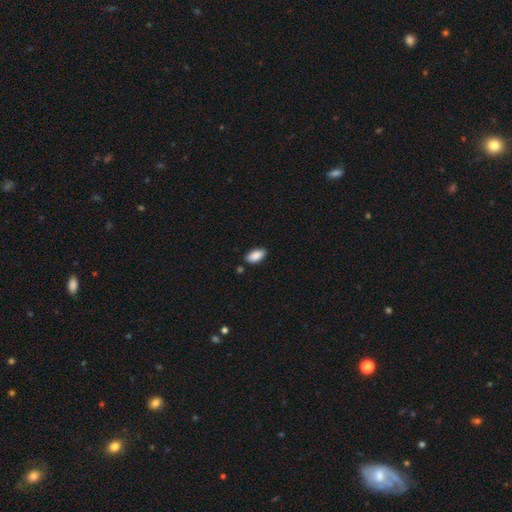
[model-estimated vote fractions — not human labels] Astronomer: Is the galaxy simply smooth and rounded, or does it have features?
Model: smooth — 89%.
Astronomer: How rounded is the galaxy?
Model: in between — 93%.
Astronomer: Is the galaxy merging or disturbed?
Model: none — 84%.